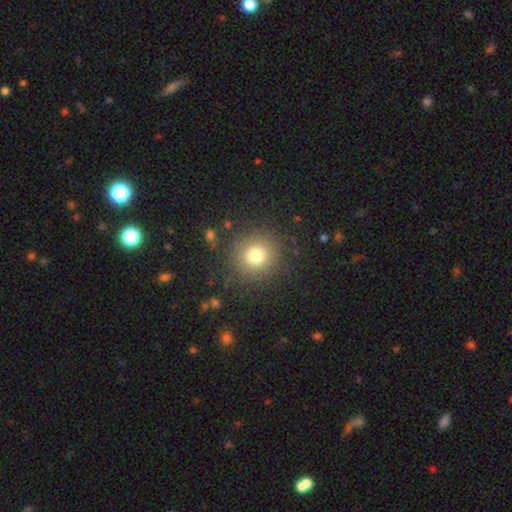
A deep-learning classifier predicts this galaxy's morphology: This is likely a smooth galaxy (76%). How rounded: clearly round (94%). Merging: clearly none (88%).